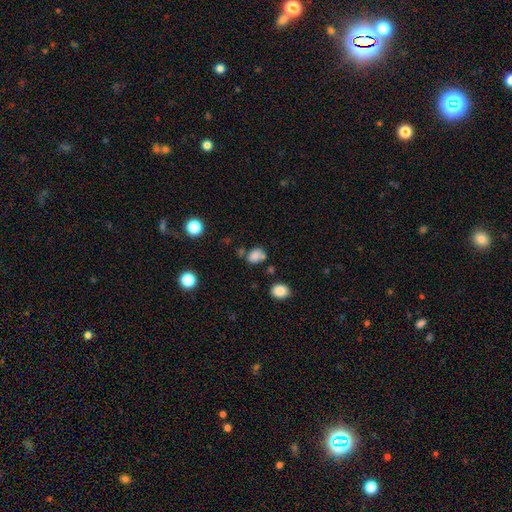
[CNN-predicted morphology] smooth-or-featured: smooth: 80% | star or artifact: 13% | featured or disk: 7%
  how-rounded: in between: 57% | round: 42% | cigar-shaped: 1%
  merging: none: 58% | minor disturbance: 21% | merger: 14% | major disturbance: 8%